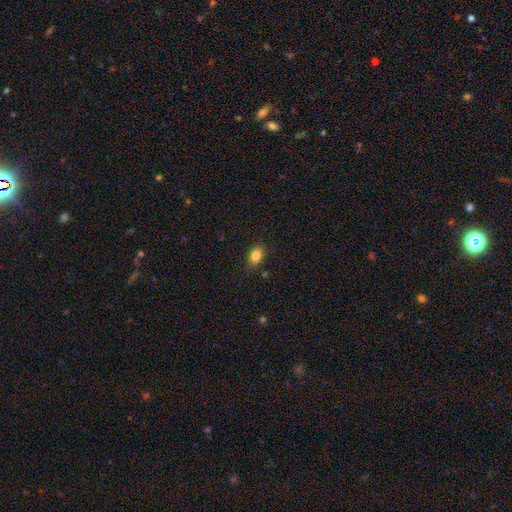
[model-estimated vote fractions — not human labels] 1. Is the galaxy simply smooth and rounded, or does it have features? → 84% smooth, 9% star or artifact, 7% featured or disk.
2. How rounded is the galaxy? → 80% in between, 18% round, 2% cigar-shaped.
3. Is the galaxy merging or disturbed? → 82% none, 14% minor disturbance, 3% major disturbance, 2% merger.